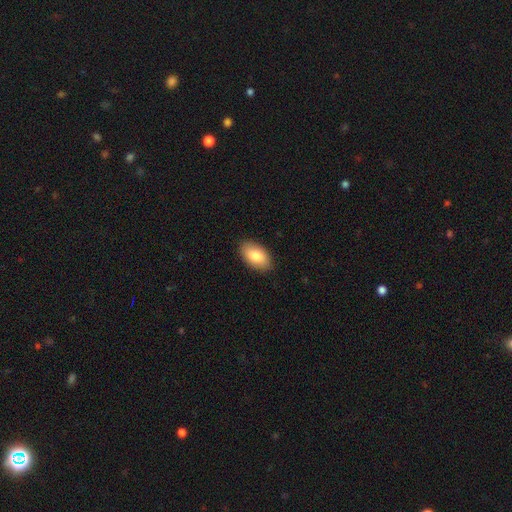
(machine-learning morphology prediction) Smooth or featured: smooth — 83% (featured or disk — 11%)
How rounded: in between — 94% (round — 4%)
Merging: none — 89% (minor disturbance — 9%)